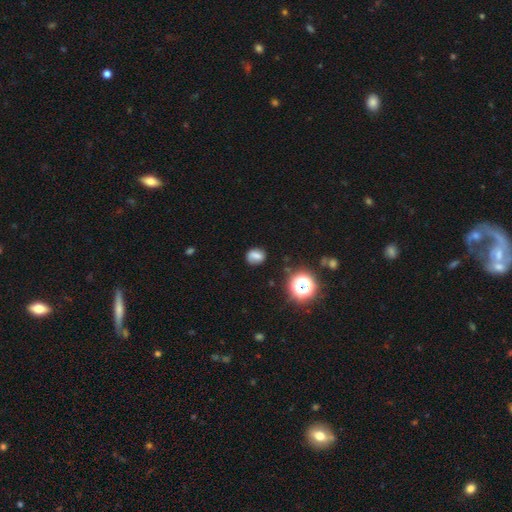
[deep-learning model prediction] Smooth or featured? Predicted: smooth (p=0.66). How rounded? Predicted: round (p=0.51). Merging? Predicted: none (p=0.69).